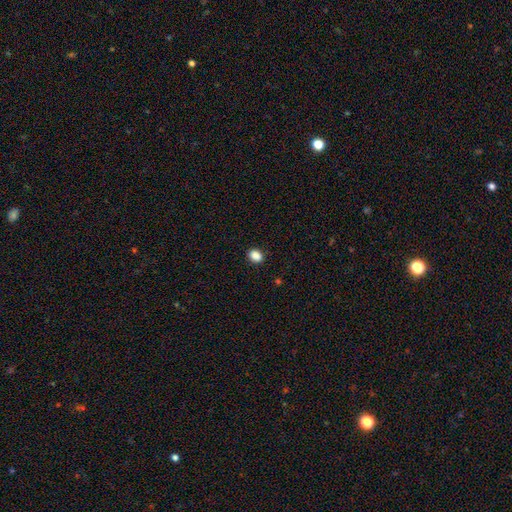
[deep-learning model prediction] Overall: smooth (88%). How rounded: in between (55%; round 43%). Merging: none (88%).